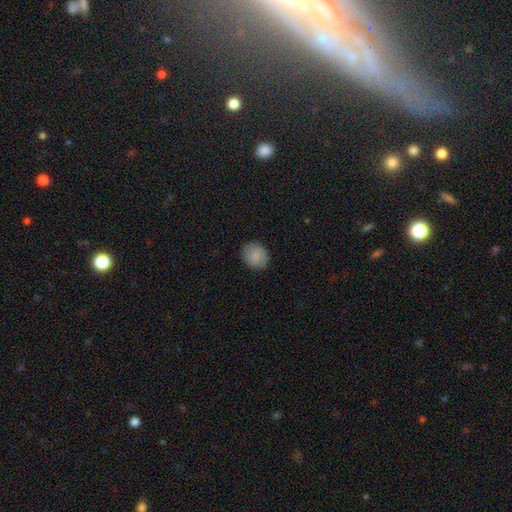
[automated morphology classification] Smooth or featured?
  - smooth: 79% *
  - featured or disk: 14%
  - star or artifact: 7%
How rounded?
  - round: 67% *
  - in between: 32%
  - cigar-shaped: 1%
Merging?
  - none: 85% *
  - minor disturbance: 12%
  - major disturbance: 3%
  - merger: 1%